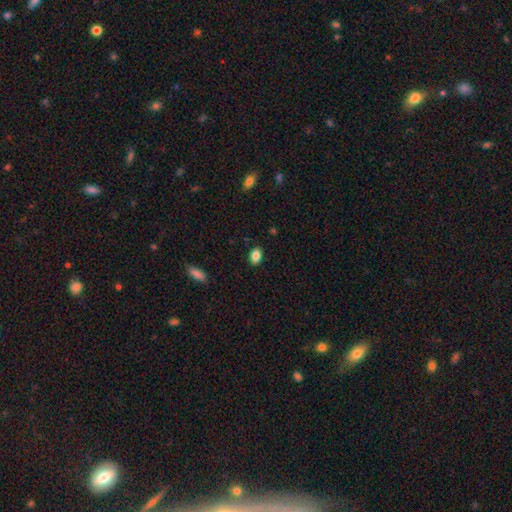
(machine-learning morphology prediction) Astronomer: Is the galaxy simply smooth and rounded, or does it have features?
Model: smooth — 85%.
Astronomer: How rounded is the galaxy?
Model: in between — 82%.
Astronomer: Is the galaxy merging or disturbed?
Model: none — 88%.